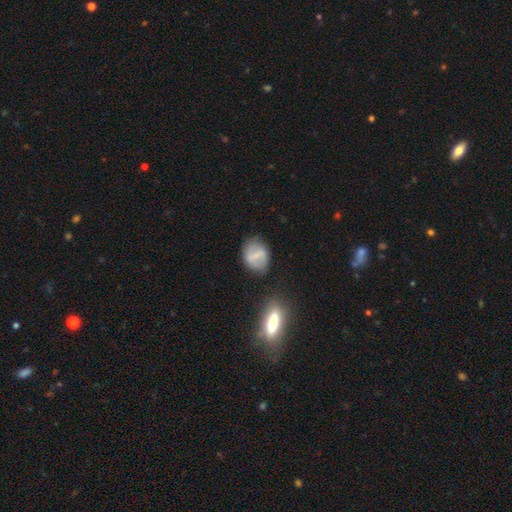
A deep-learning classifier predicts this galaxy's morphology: Q: Smooth or featured?
A: featured or disk (47%); runner-up: smooth (45%)
Q: Merging?
A: none (71%); runner-up: minor disturbance (18%)